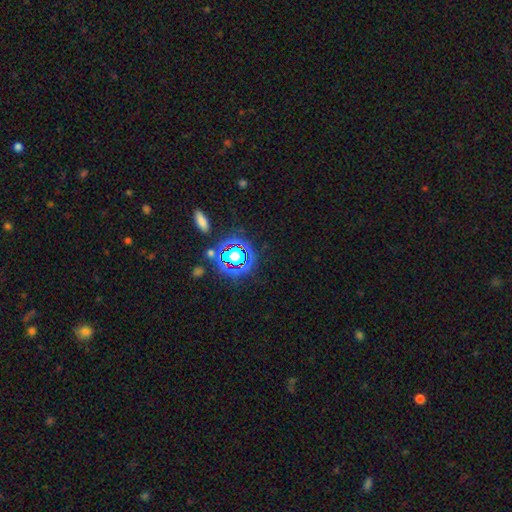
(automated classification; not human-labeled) This appears to be a star or artifact, not a galaxy (78%).